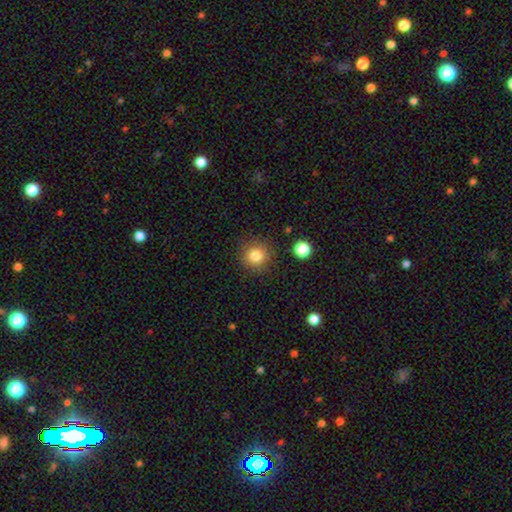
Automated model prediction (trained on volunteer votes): smooth_or_featured: smooth (p=0.83) [alt: star or artifact p=0.11]
how_rounded: round (p=0.93) [alt: in between p=0.06]
merging: none (p=0.86) [alt: minor disturbance p=0.08]